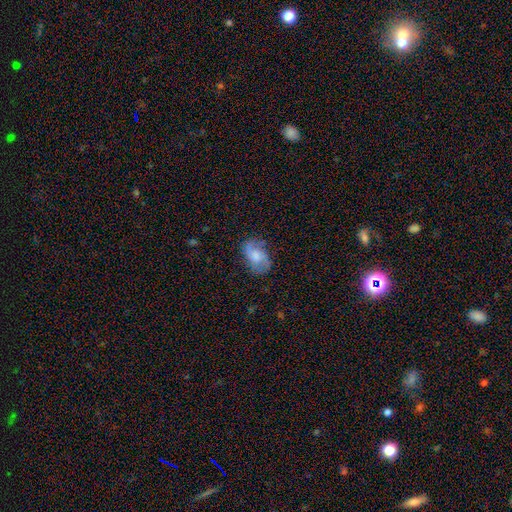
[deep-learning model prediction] smooth_or_featured: featured or disk (p=0.52) [alt: smooth p=0.40]
disk_edge_on: no (p=0.96) [alt: yes p=0.04]
merging: none (p=0.65) [alt: minor disturbance p=0.23]